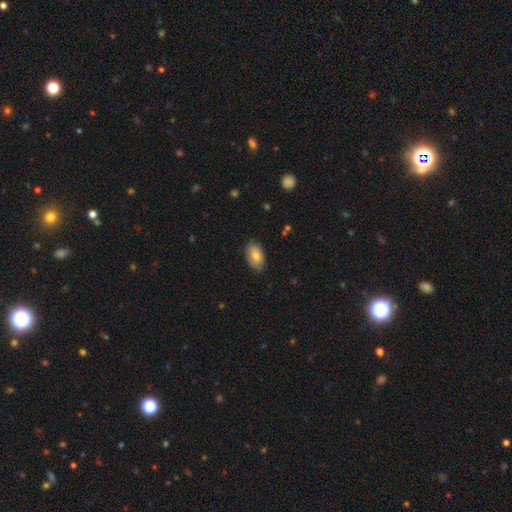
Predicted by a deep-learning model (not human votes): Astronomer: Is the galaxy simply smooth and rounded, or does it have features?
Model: smooth — 78%.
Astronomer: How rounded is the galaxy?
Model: in between — 93%.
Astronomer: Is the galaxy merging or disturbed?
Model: none — 83%.